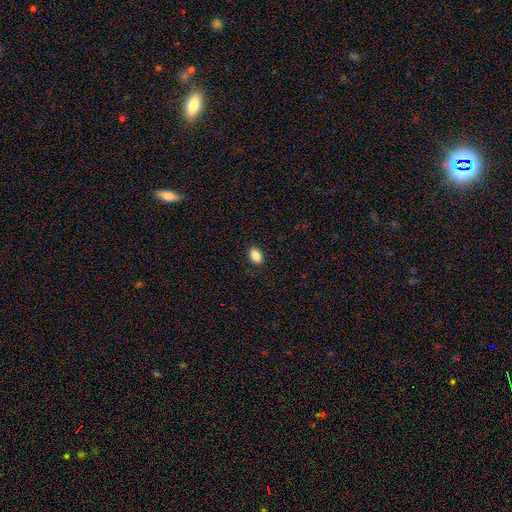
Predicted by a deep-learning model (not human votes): Smooth or featured? Predicted: smooth (p=0.87). How rounded? Predicted: in between (p=0.83). Merging? Predicted: none (p=0.90).